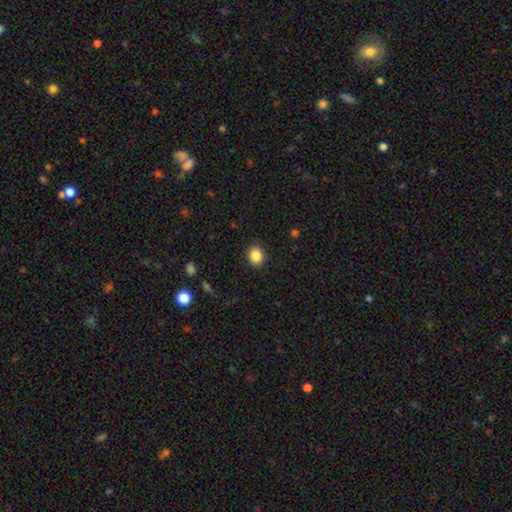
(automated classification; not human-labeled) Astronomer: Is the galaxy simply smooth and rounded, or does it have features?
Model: smooth — 87%.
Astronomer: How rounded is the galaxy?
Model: round — 52% (runner-up: in between, 47%).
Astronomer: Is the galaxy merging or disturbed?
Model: none — 90%.